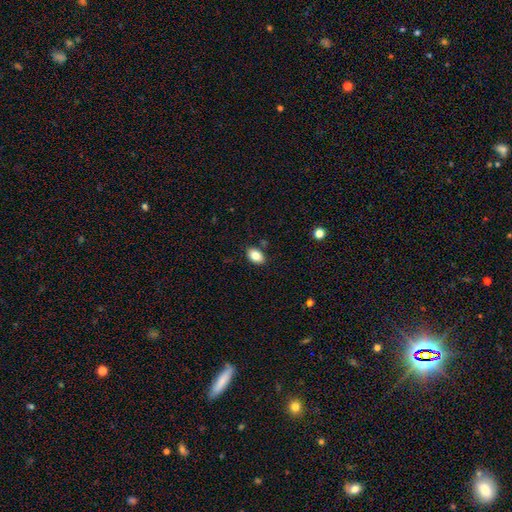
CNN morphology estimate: This is clearly a smooth galaxy (85%). How rounded: clearly in between (87%). Merging: clearly none (86%).